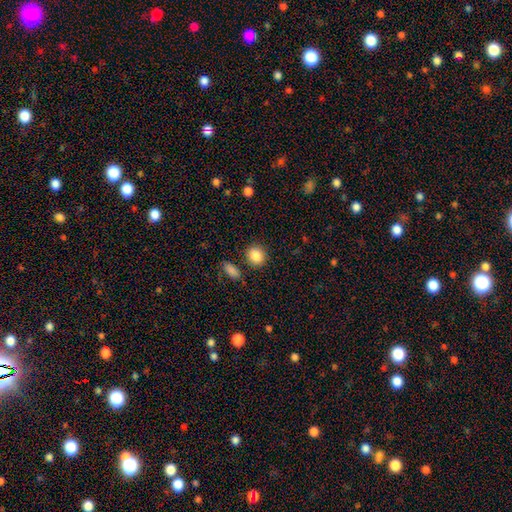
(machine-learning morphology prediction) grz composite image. It shows a smooth galaxy with no disk features (87%) that is round (76%). Merging: none (84%).